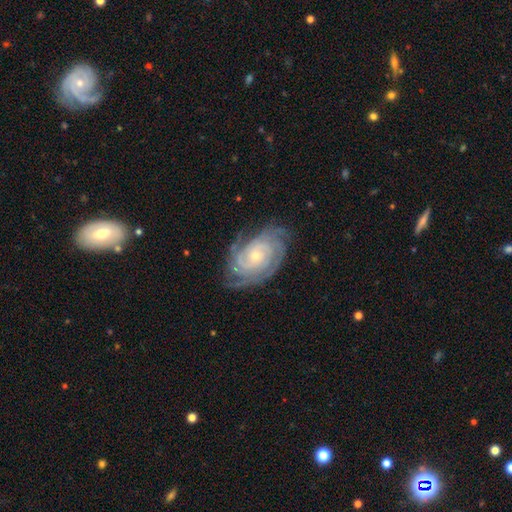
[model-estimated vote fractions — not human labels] A featured or disk galaxy (89%) with no bar (75%), 4 (27%) tight (78%) spiral arms (98%) and a small central bulge (67%). Merging: none (77%).